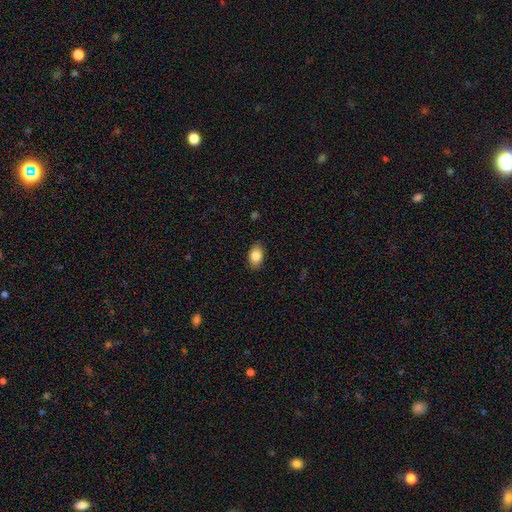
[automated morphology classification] Smooth or featured: smooth — 85% (star or artifact — 8%)
How rounded: in between — 85% (round — 14%)
Merging: none — 86% (minor disturbance — 10%)